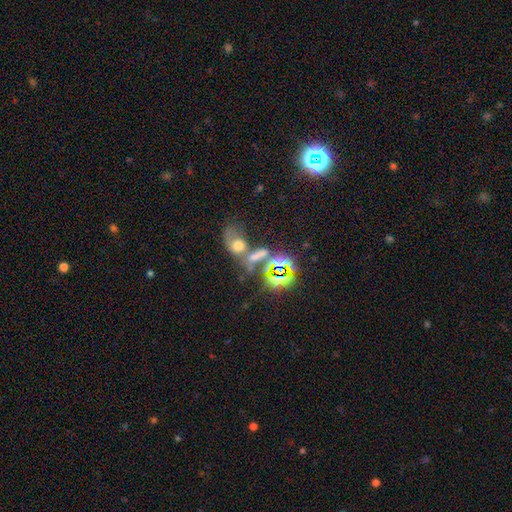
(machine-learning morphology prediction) The model was most divided on "smooth or featured": star or artifact: 53%, featured or disk: 26%, smooth: 21%.